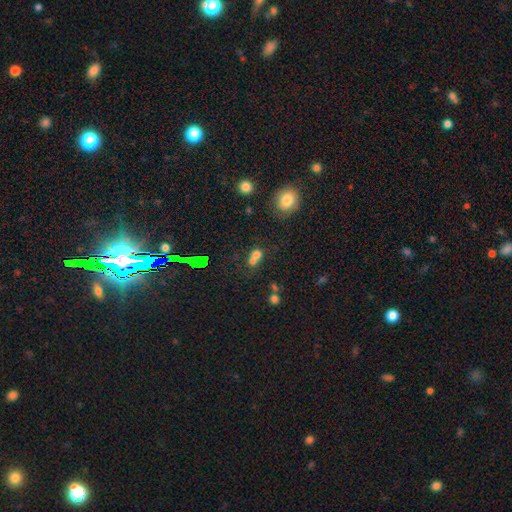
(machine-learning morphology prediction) Overall: smooth (72%). How rounded: round (72%). Merging: merger (56%; none 32%).